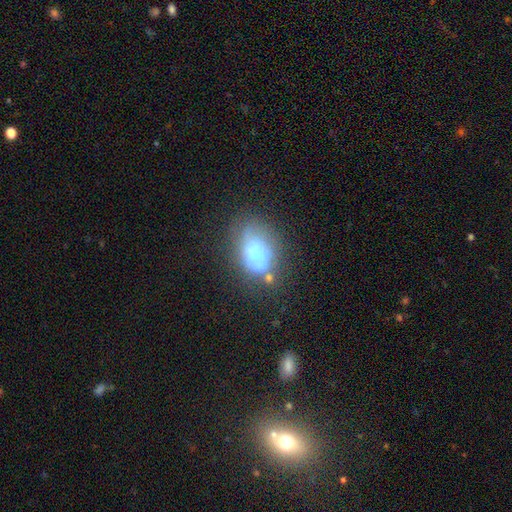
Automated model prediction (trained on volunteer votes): Smooth or featured: smooth — 55% (featured or disk — 32%)
How rounded: in between — 65% (round — 33%)
Merging: none — 37% (merger — 26%)